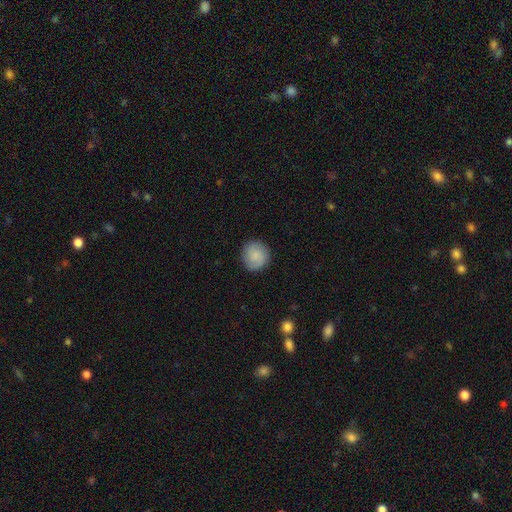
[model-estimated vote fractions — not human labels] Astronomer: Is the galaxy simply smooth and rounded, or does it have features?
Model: smooth — 79%.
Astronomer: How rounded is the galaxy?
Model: round — 90%.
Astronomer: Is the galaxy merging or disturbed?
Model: none — 87%.